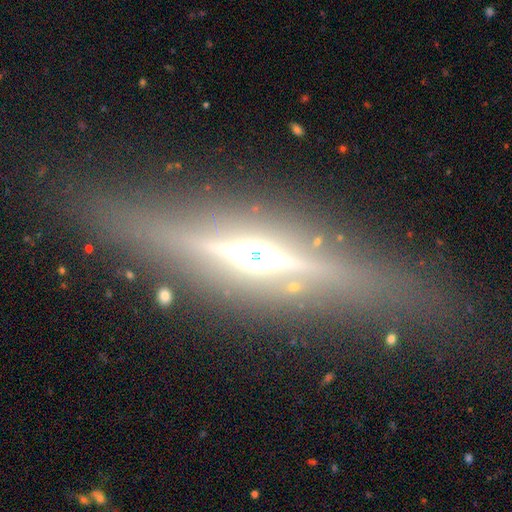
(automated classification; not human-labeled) Smooth or featured?
  - featured or disk: 80% *
  - smooth: 10%
  - star or artifact: 9%
Edge-on disk?
  - yes: 95% *
  - no: 5%
Edge-on bulge?
  - rounded: 89% *
  - boxy: 7%
  - none: 3%
Merging?
  - none: 83% *
  - minor disturbance: 10%
  - major disturbance: 5%
  - merger: 2%